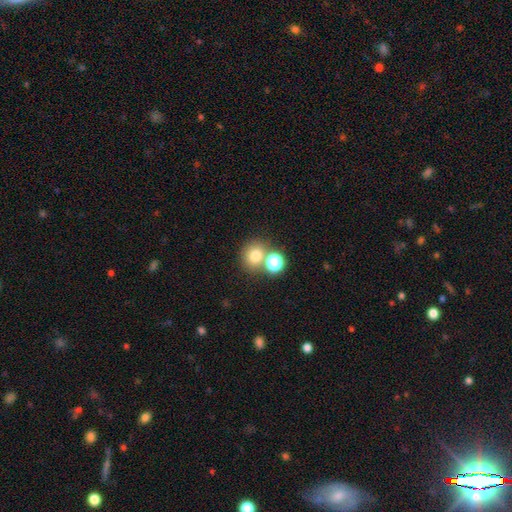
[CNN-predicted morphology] Q: Smooth or featured?
A: smooth (75%); runner-up: star or artifact (16%)
Q: How rounded?
A: round (76%); runner-up: in between (23%)
Q: Merging?
A: none (61%); runner-up: merger (27%)